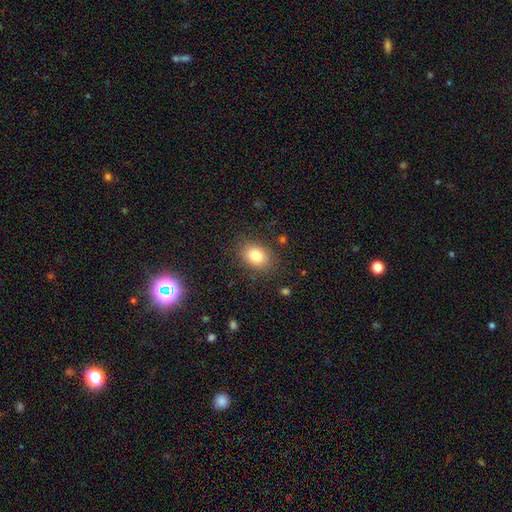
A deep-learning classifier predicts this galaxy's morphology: Smooth or featured? smooth (81%)
How rounded? in between (65%)
Merging? none (84%)